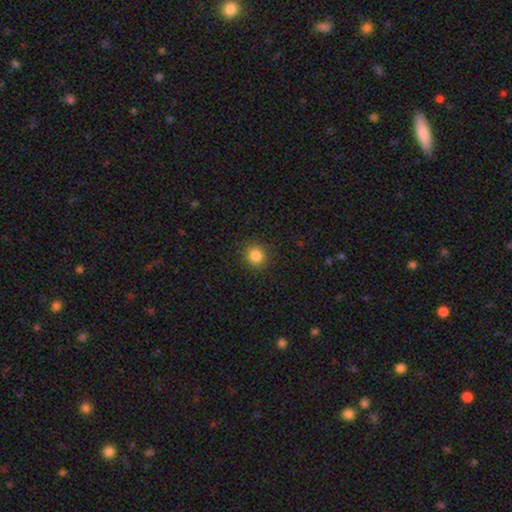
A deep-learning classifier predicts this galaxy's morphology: smooth-or-featured: smooth: 84% | star or artifact: 11% | featured or disk: 5%
  how-rounded: round: 91% | in between: 8% | cigar-shaped: 1%
  merging: none: 91% | minor disturbance: 6% | major disturbance: 2% | merger: 1%